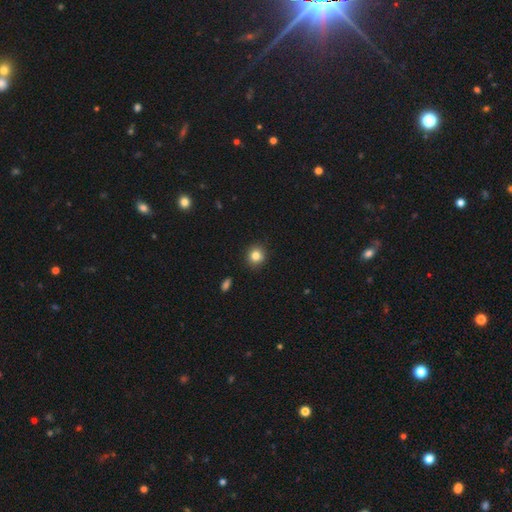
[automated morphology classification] Smooth or featured?
  - smooth: 83% *
  - star or artifact: 11%
  - featured or disk: 6%
How rounded?
  - round: 88% *
  - in between: 11%
  - cigar-shaped: 1%
Merging?
  - none: 90% *
  - minor disturbance: 7%
  - major disturbance: 2%
  - merger: 1%